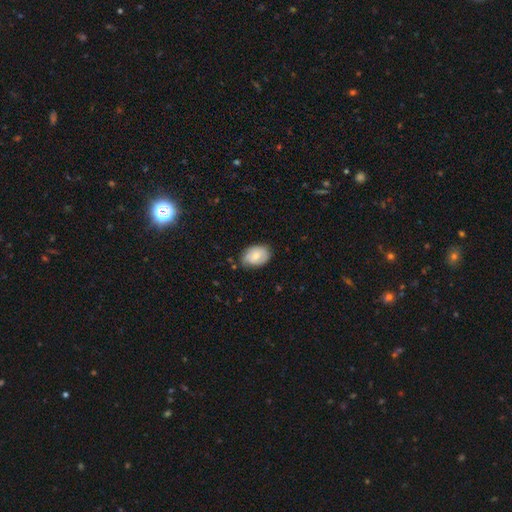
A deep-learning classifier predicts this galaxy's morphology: This is likely a smooth galaxy (68%). How rounded: clearly in between (82%). Merging: likely none (69%).